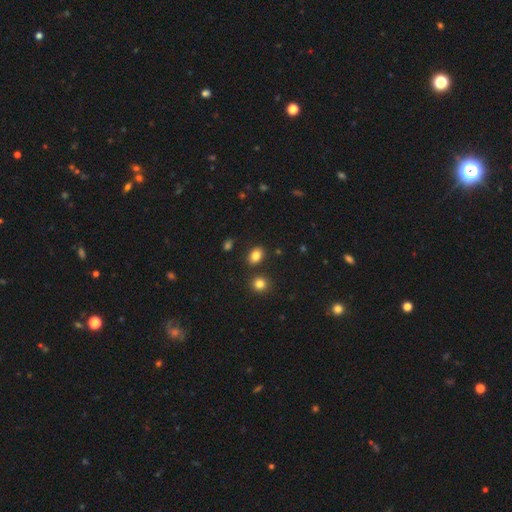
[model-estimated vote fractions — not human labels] This is clearly a smooth galaxy (83%). How rounded: likely in between (73%). Merging: clearly none (83%).